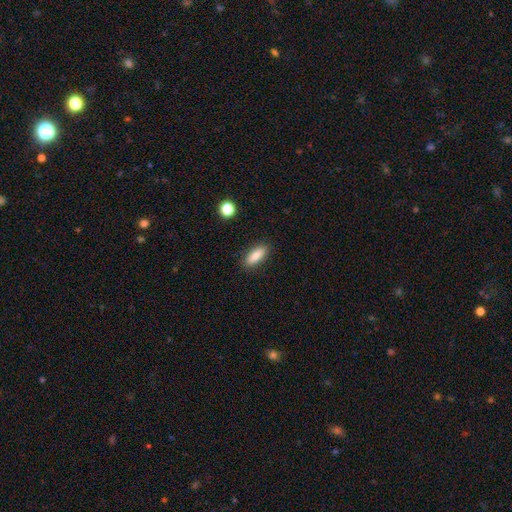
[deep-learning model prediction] smooth_or_featured: smooth (p=0.84) [alt: featured or disk p=0.09]
how_rounded: in between (p=0.64) [alt: cigar-shaped p=0.34]
merging: none (p=0.88) [alt: minor disturbance p=0.09]